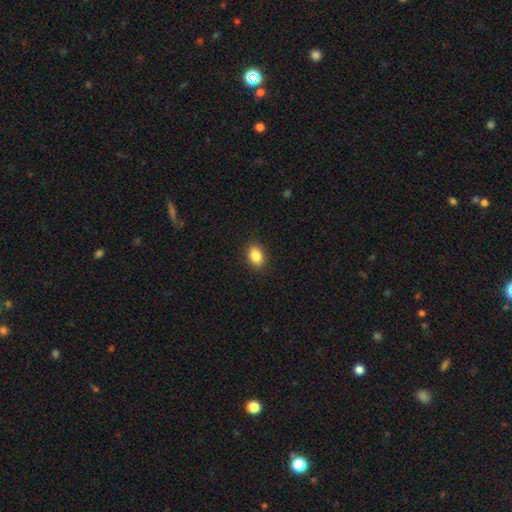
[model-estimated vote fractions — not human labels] Smooth or featured? Predicted: smooth (p=0.86). How rounded? Predicted: in between (p=0.81). Merging? Predicted: none (p=0.90).